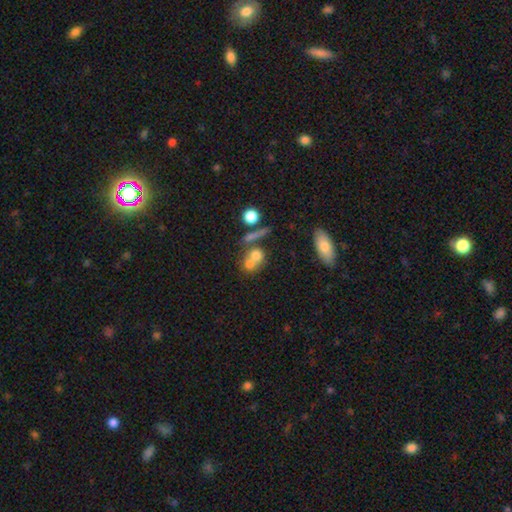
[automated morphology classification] A smooth galaxy with no disk features (67%) that is round (68%).

Vote fractions:
- Smooth or featured? smooth: 67% / featured or disk: 20% / star or artifact: 13%
- How rounded? round: 68% / in between: 28% / cigar-shaped: 4%
- Merging? merger: 53% / none: 33% / minor disturbance: 8% / major disturbance: 6%